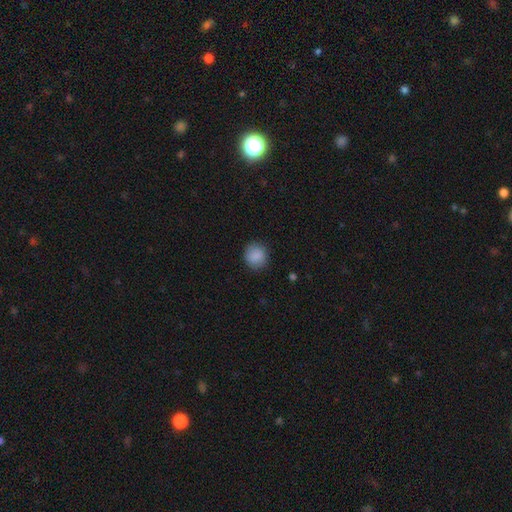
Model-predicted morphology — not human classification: This appears to be a smooth galaxy with no disk features (88%) that is round (87%). Merging: none (88%).